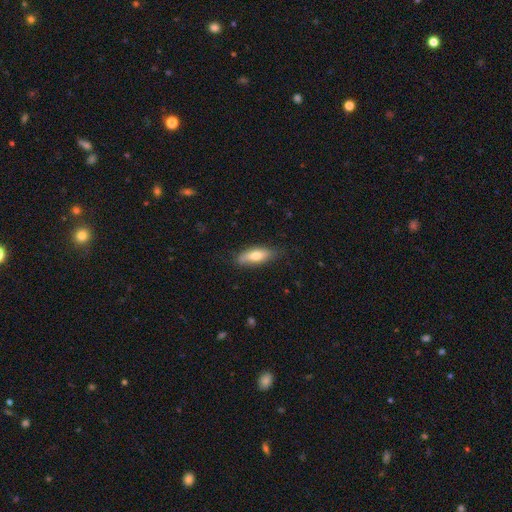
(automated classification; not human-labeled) Smooth or featured? smooth (70%)
How rounded? in between (62%)
Merging? none (80%)